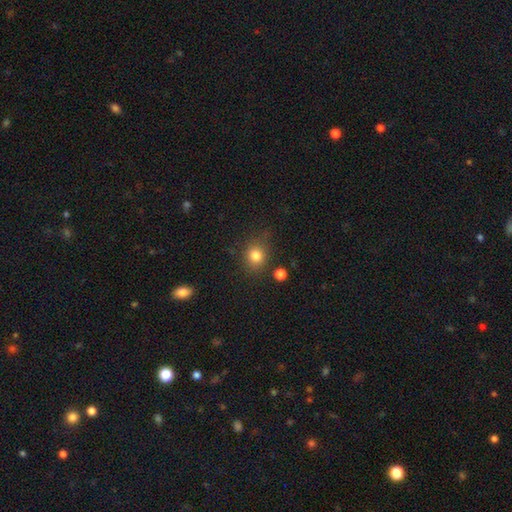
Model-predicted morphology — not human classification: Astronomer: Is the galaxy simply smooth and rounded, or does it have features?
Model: smooth — 81%.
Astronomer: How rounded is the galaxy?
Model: round — 77%.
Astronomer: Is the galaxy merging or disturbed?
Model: none — 78%.